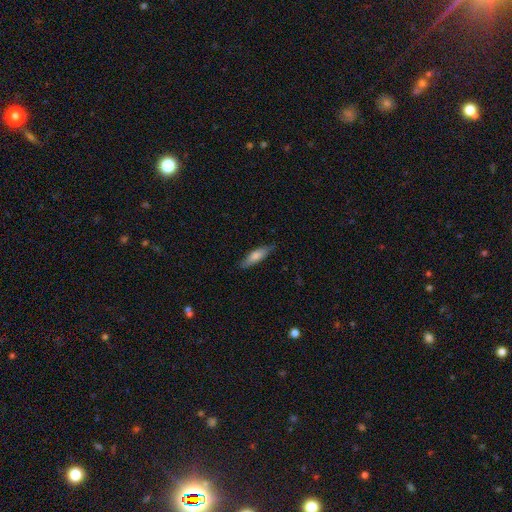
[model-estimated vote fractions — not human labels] Smooth or featured?
  - smooth: 66% *
  - featured or disk: 28%
  - star or artifact: 6%
How rounded?
  - cigar-shaped: 68% *
  - in between: 31%
  - round: 2%
Merging?
  - none: 82% *
  - minor disturbance: 14%
  - major disturbance: 2%
  - merger: 1%